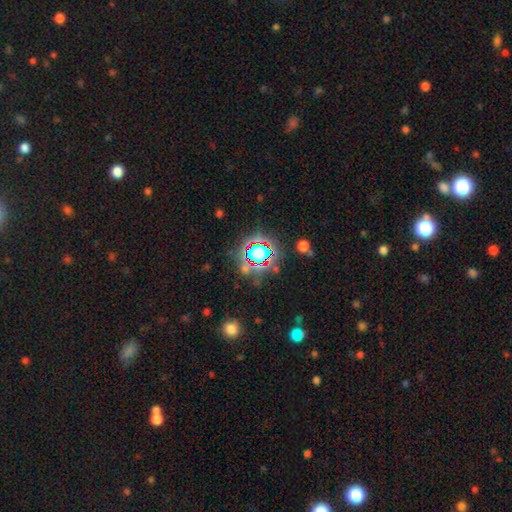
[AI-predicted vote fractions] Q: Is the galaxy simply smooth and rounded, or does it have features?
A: star or artifact — 74%.